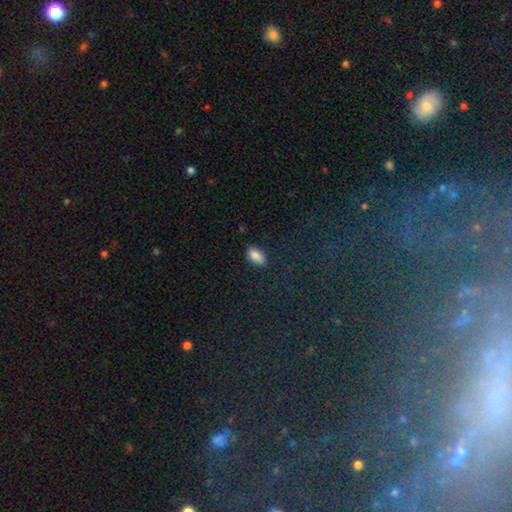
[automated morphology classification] A smooth galaxy with no disk features (86%) that is in between round and cigar-shaped (92%). Merging: none (82%).